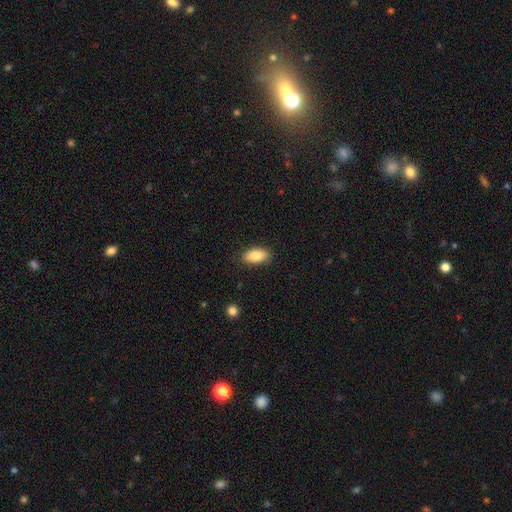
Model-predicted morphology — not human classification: This appears to be a smooth galaxy with no disk features (85%) that is in between round and cigar-shaped (92%). Merging: none (84%).